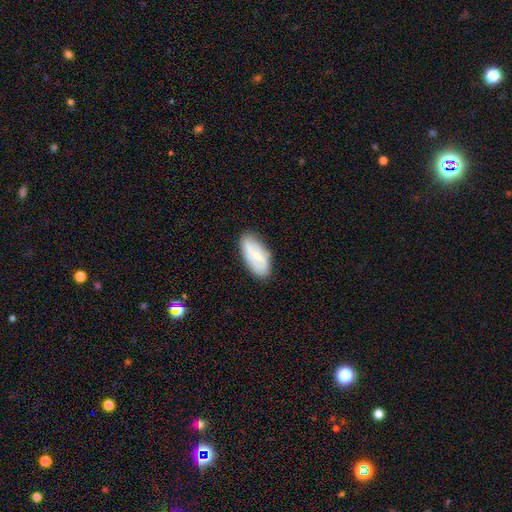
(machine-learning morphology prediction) smooth_or_featured: smooth (p=0.53) [alt: featured or disk p=0.41]
how_rounded: in between (p=0.90) [alt: cigar-shaped p=0.07]
merging: none (p=0.81) [alt: minor disturbance p=0.15]